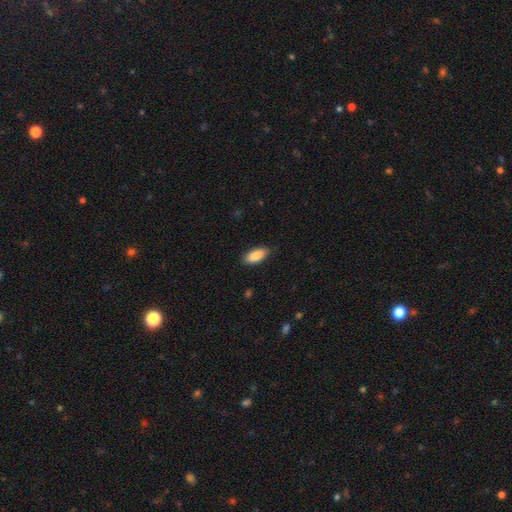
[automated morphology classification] This appears to be a smooth galaxy with no disk features (88%) that is in between round and cigar-shaped (86%). Merging: none (85%).